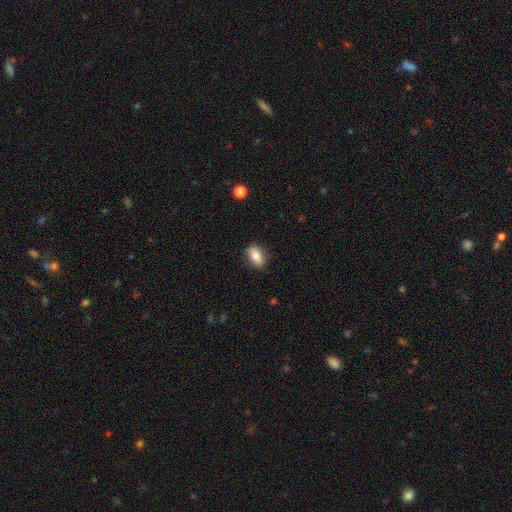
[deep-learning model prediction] Smooth or featured?
  - smooth: 80% *
  - featured or disk: 12%
  - star or artifact: 8%
How rounded?
  - in between: 82% *
  - round: 13%
  - cigar-shaped: 4%
Merging?
  - none: 83% *
  - minor disturbance: 13%
  - major disturbance: 3%
  - merger: 1%